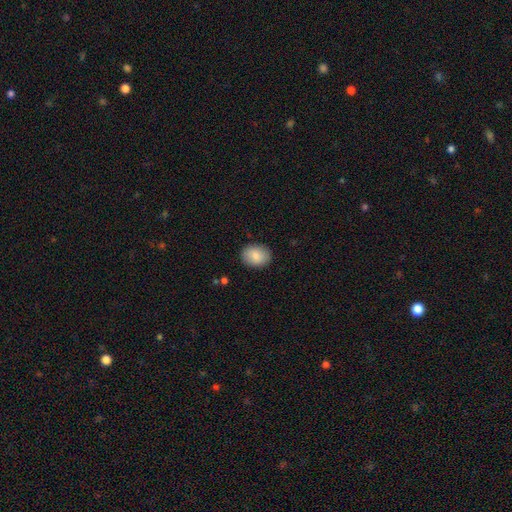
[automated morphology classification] This appears to be a smooth galaxy with no disk features (84%) that is in between round and cigar-shaped (61%). Merging: none (88%).